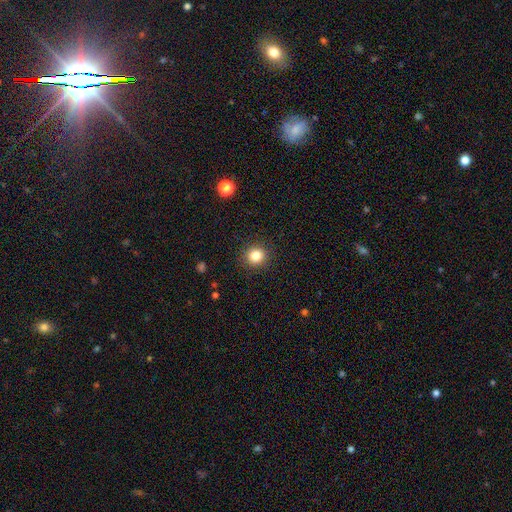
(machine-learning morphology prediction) This appears to be a smooth galaxy with no disk features (83%) that is round (91%). Merging: none (91%).